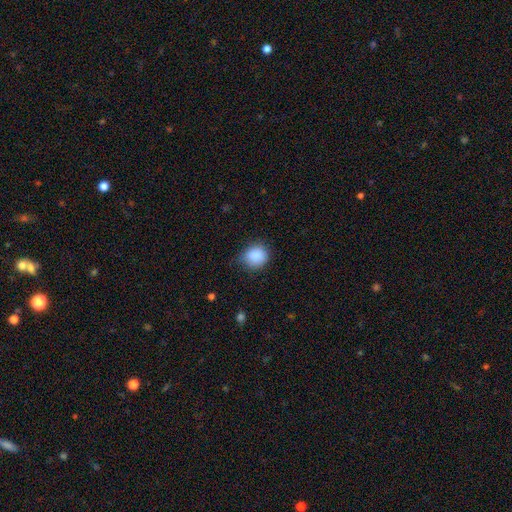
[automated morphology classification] smooth 88%, star or artifact 8%, featured or disk 4%. Down the decision tree: how rounded — round (70%); merging — none (67%).